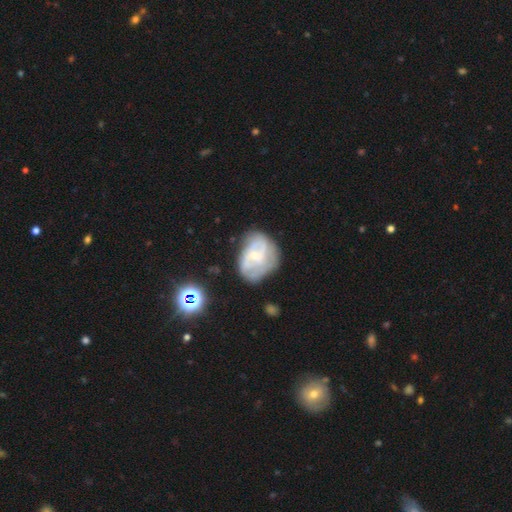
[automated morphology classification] Smooth or featured?
  - featured or disk: 62% *
  - smooth: 29%
  - star or artifact: 8%
Edge-on disk?
  - no: 97% *
  - yes: 3%
Bar?
  - no: 56% *
  - weak: 36%
  - strong: 8%
Spiral arms?
  - yes: 64% *
  - no: 36%
Bulge size?
  - small: 58% *
  - moderate: 25%
  - none: 14%
  - large: 2%
  - dominant: 1%
Merging?
  - none: 47% *
  - minor disturbance: 29%
  - major disturbance: 20%
  - merger: 4%